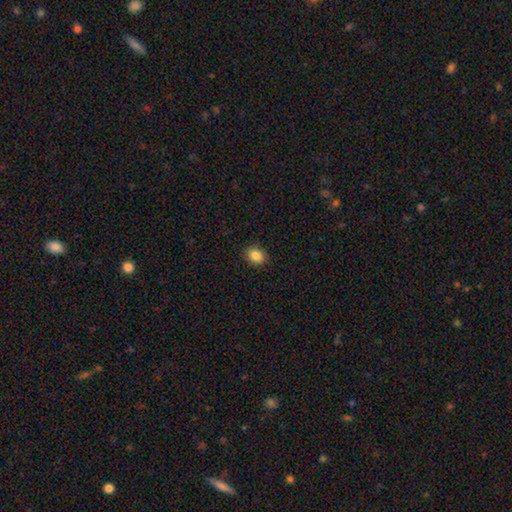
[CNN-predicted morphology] The model was most divided on "how rounded": in between: 51%, round: 48%, cigar-shaped: 1%. More confident: merging — none (89%); smooth or featured — smooth (86%).